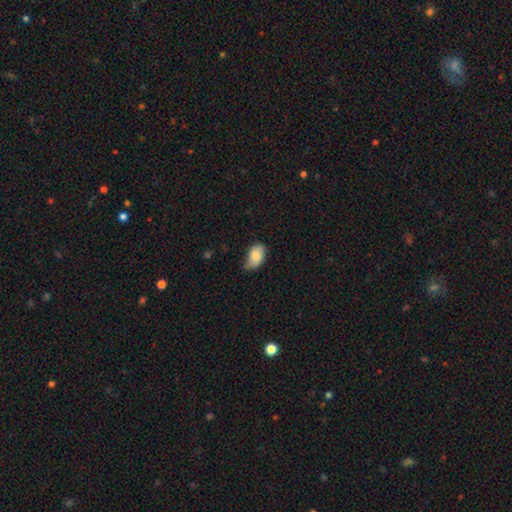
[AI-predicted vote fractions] Smooth or featured: smooth — 82% (featured or disk — 11%)
How rounded: in between — 91% (round — 7%)
Merging: none — 48% (minor disturbance — 42%)